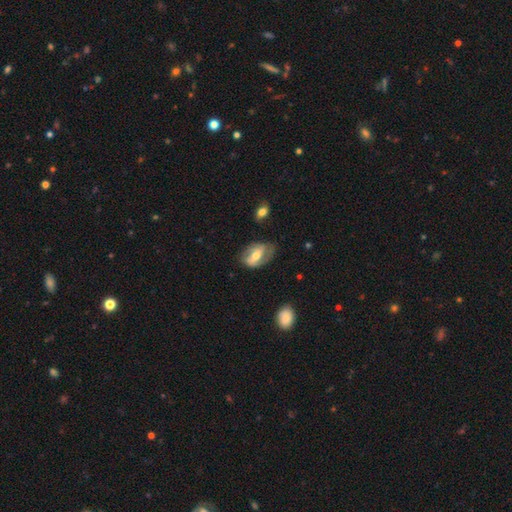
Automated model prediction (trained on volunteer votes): Smooth or featured? featured or disk (58%)
Edge-on disk? no (93%)
Bar? strong (40%)
Spiral arms? yes (67%)
Bulge size? moderate (63%)
Merging? none (59%)